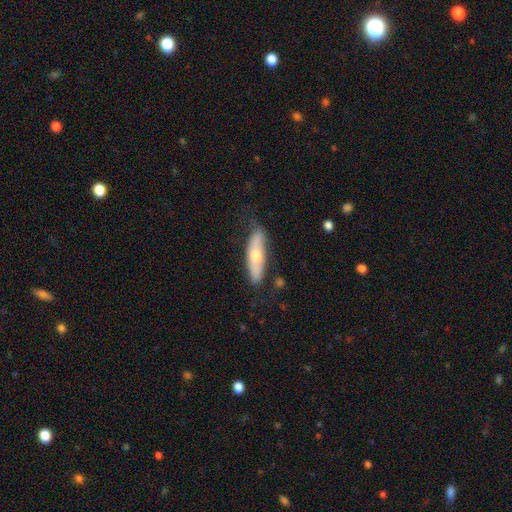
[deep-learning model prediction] This is possibly a smooth galaxy (54%). How rounded: possibly cigar-shaped (59%). Merging: likely none (72%).